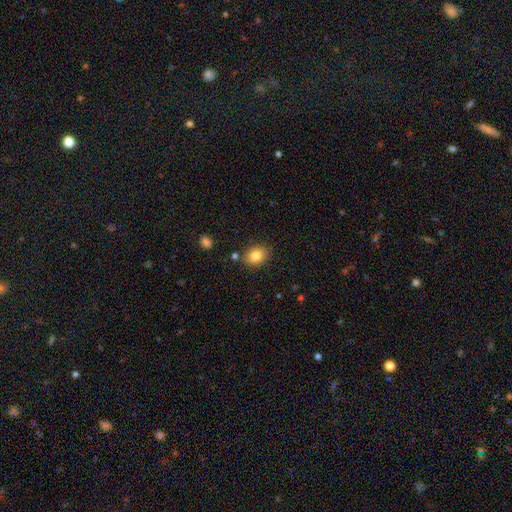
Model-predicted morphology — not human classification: Smooth or featured? smooth (83%)
How rounded? in between (61%)
Merging? none (82%)